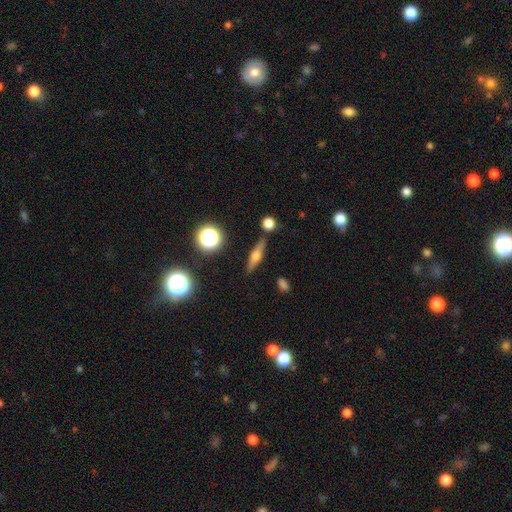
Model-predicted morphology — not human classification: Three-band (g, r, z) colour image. It shows a featured or disk galaxy (56%) viewed edge-on (93%) with a rounded central bulge (91%). Merging: none (84%).